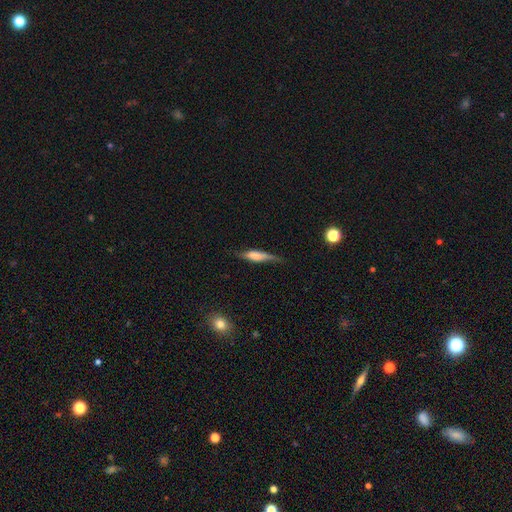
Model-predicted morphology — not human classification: This appears to be a smooth galaxy with no disk features (48%). Merging: none (67%).